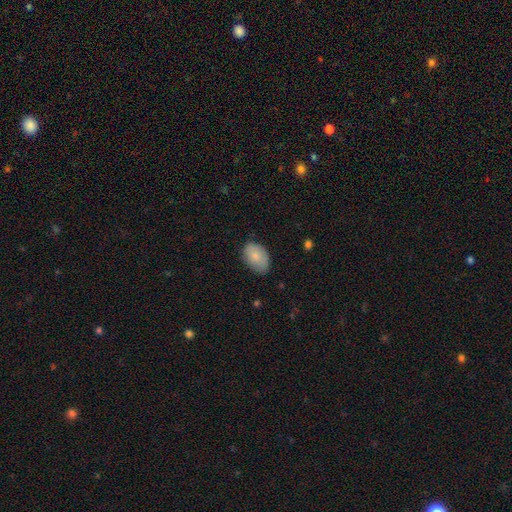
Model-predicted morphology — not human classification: Overall: smooth (82%). How rounded: in between (89%). Merging: none (73%).